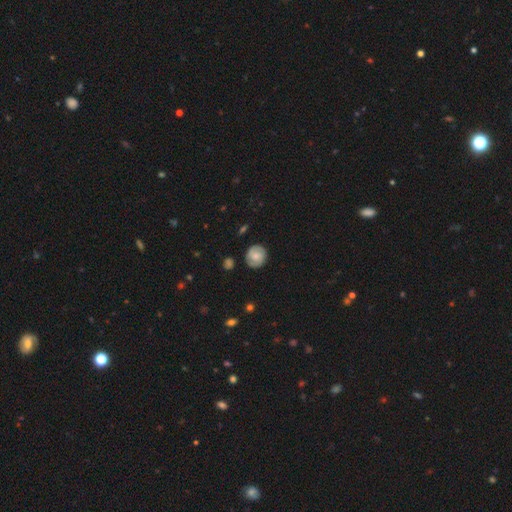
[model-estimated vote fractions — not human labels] smooth 48%, featured or disk 44%, star or artifact 8%. Down the decision tree: merging — none (83%).